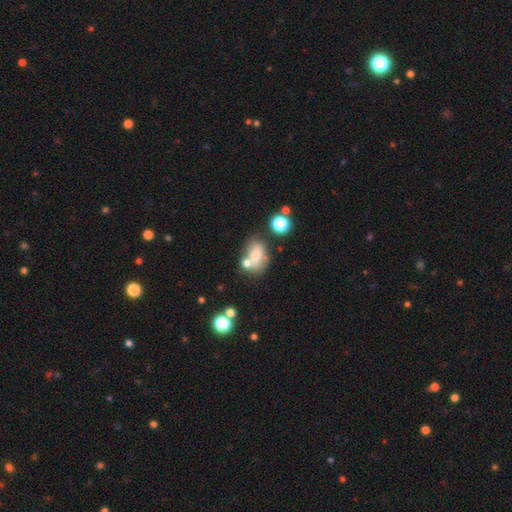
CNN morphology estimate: type=smooth (61%); roundness=in between (71%); merging=none (44%).